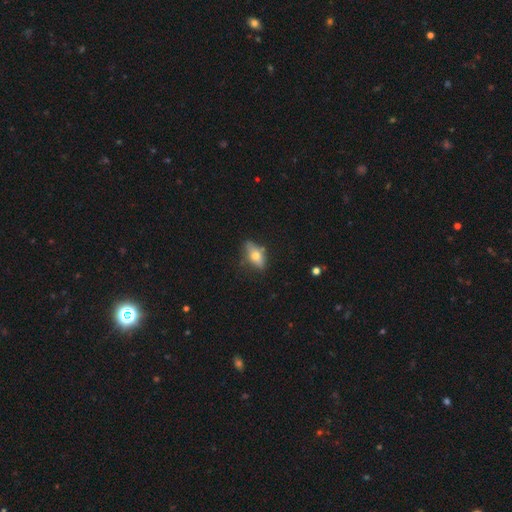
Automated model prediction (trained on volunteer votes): This is likely a smooth galaxy (60%). How rounded: likely in between (78%). Merging: likely none (69%).